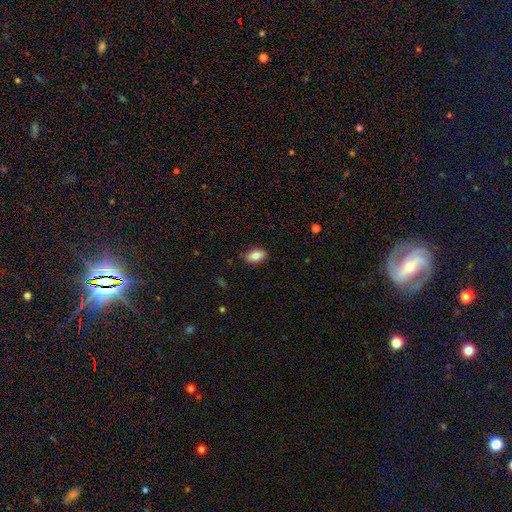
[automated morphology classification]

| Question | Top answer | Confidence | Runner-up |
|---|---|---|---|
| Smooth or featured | smooth | 86% | star or artifact (7%) |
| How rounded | in between | 92% | round (6%) |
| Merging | none | 85% | minor disturbance (11%) |